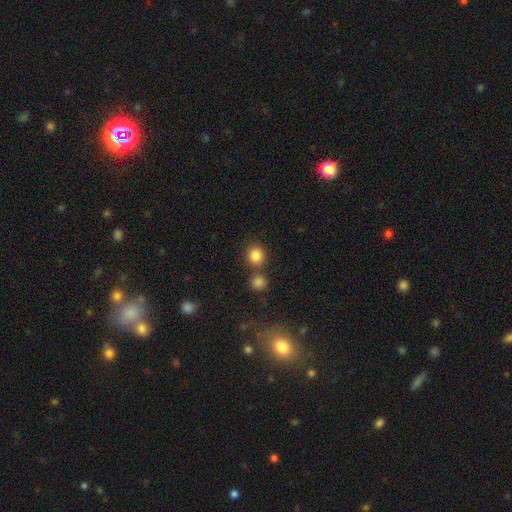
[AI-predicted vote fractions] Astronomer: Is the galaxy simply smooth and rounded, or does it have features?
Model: smooth — 85%.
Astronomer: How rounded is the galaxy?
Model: round — 89%.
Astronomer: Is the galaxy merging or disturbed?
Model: none — 71%.